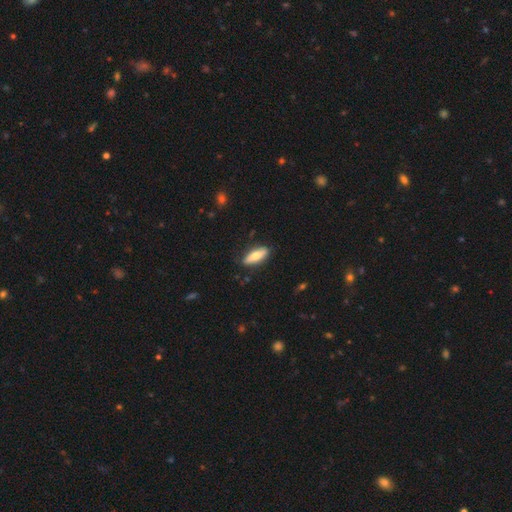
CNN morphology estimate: Smooth or featured: smooth — 66% (featured or disk — 29%)
How rounded: in between — 56% (cigar-shaped — 42%)
Merging: none — 86% (minor disturbance — 11%)